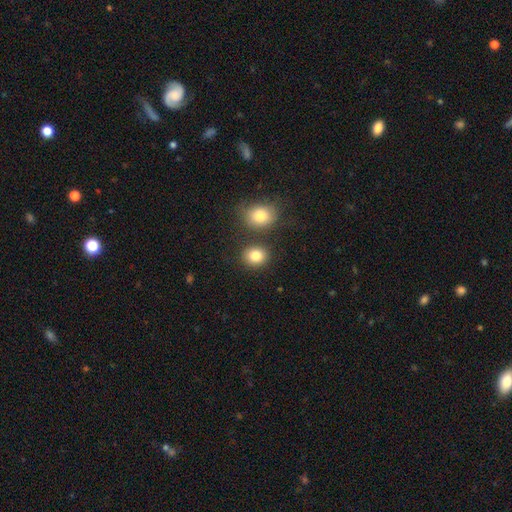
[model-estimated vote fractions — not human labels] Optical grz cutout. It shows a smooth galaxy with no disk features (83%) that is round (70%). Merging: none (77%).